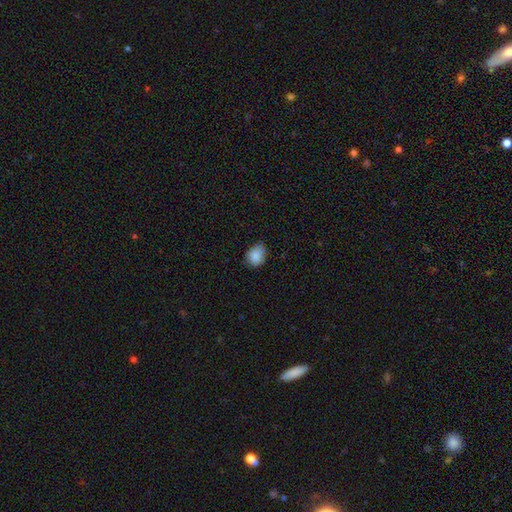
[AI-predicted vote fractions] The model was most divided on "how rounded": in between: 51%, round: 48%, cigar-shaped: 1%. More confident: smooth or featured — smooth (85%); merging — none (64%).